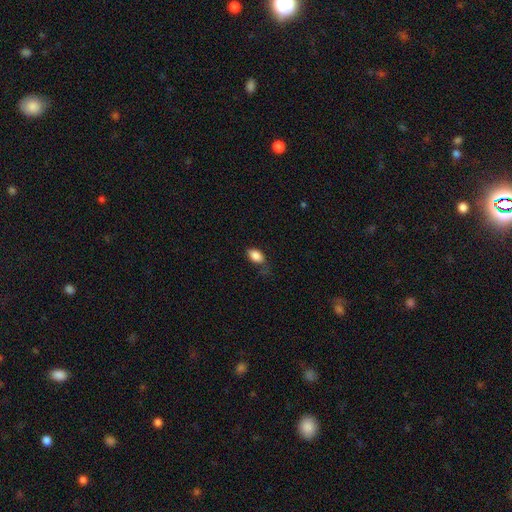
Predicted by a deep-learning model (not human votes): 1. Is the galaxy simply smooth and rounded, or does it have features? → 87% smooth, 8% star or artifact, 5% featured or disk.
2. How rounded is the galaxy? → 91% in between, 7% round, 2% cigar-shaped.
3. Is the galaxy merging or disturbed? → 57% none, 29% minor disturbance, 12% major disturbance, 2% merger.